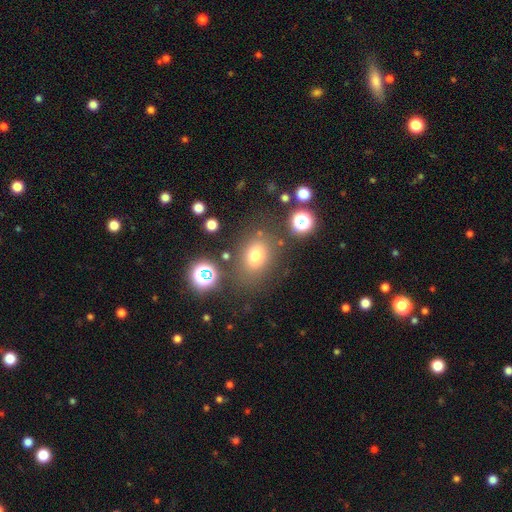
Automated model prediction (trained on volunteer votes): smooth-or-featured: smooth: 71% | star or artifact: 18% | featured or disk: 11%
  how-rounded: in between: 52% | round: 46% | cigar-shaped: 1%
  merging: none: 76% | minor disturbance: 13% | major disturbance: 6% | merger: 5%